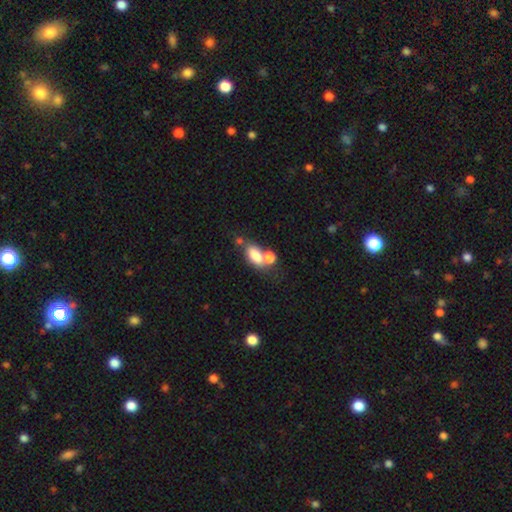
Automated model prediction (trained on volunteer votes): Q: Smooth or featured?
A: smooth (74%); runner-up: featured or disk (15%)
Q: How rounded?
A: in between (80%); runner-up: round (11%)
Q: Merging?
A: merger (42%); runner-up: none (39%)